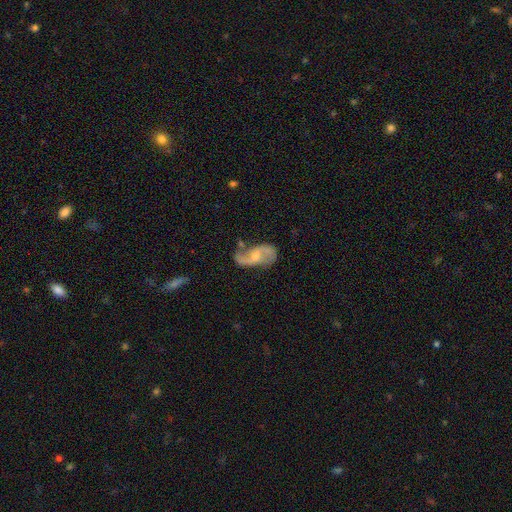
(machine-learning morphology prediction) A featured or disk galaxy (82%) with a weak bar (46%), 2 (92%) loose (65%) spiral arms (93%) and a moderate central bulge (46%).

Vote fractions:
- Smooth or featured? featured or disk: 82% / smooth: 12% / star or artifact: 6%
- Edge-on disk? no: 96% / yes: 4%
- Bar? weak: 46% / no: 42% / strong: 11%
- Spiral arms? yes: 93% / no: 7%
- Spiral winding? loose: 65% / medium: 28% / tight: 6%
- Spiral arm count? 2: 92% / can't tell: 3% / 1: 2% / 3: 1% / 4: 1% / more than 4: 1%
- Bulge size? moderate: 46% / small: 40% / none: 9% / large: 4% / dominant: 1%
- Merging? none: 67% / minor disturbance: 20% / major disturbance: 9% / merger: 4%